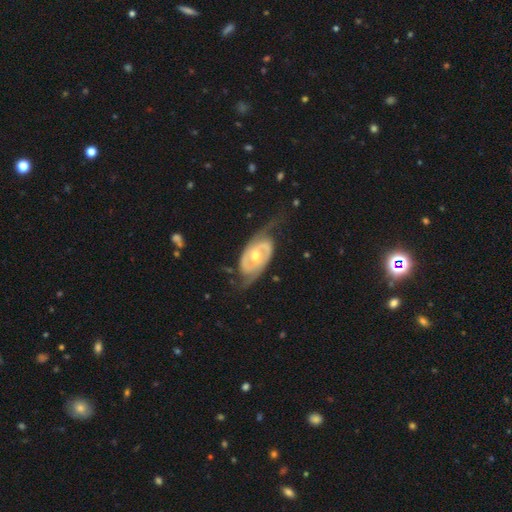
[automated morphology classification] The model was most divided on "spiral winding": medium: 39%, tight: 38%, loose: 23%. More confident: edge-on disk — no (95%); spiral arms — yes (90%); spiral arm count — 2 (87%); smooth or featured — featured or disk (86%); bulge size — moderate (75%); merging — none (62%); bar — no (52%).